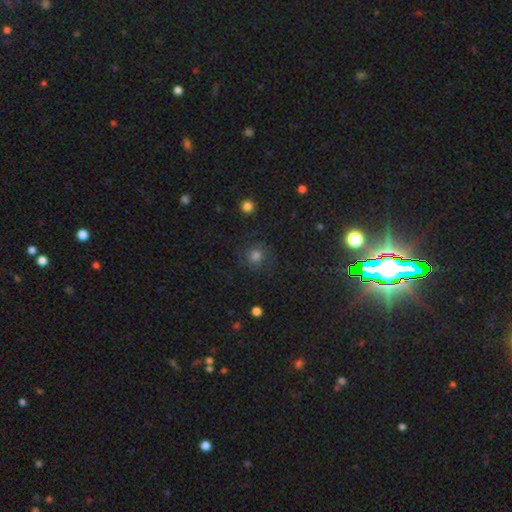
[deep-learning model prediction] Overall: smooth (54%; star or artifact 25%). How rounded: round (89%). Merging: none (77%).